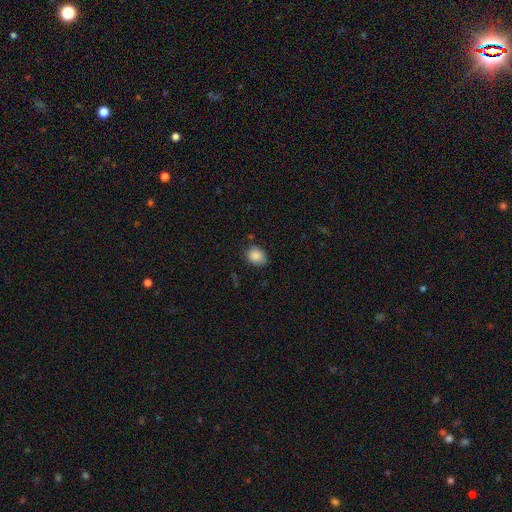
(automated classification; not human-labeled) Overall: smooth (87%). How rounded: in between (50%; round 49%). Merging: none (72%).